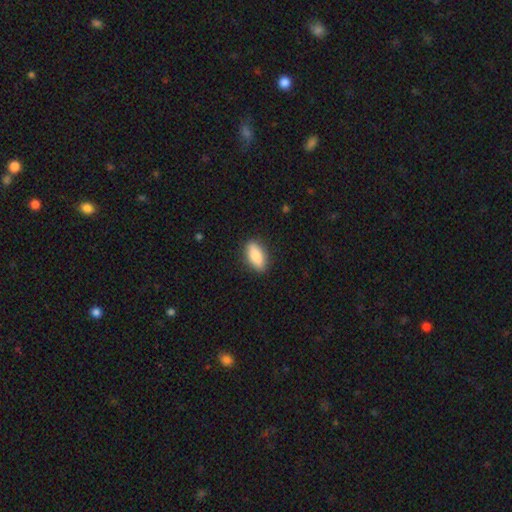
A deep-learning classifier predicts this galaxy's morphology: A smooth galaxy with no disk features (86%) that is in between round and cigar-shaped (86%).

Vote fractions:
- Smooth or featured? smooth: 86% / featured or disk: 7% / star or artifact: 6%
- How rounded? in between: 86% / cigar-shaped: 11% / round: 3%
- Merging? none: 88% / minor disturbance: 9% / major disturbance: 2% / merger: 1%